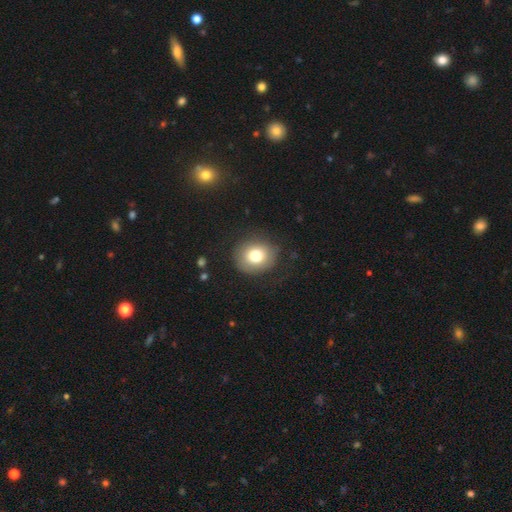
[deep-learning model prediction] Smooth or featured? Predicted: smooth (p=0.76). How rounded? Predicted: round (p=0.78). Merging? Predicted: none (p=0.80).